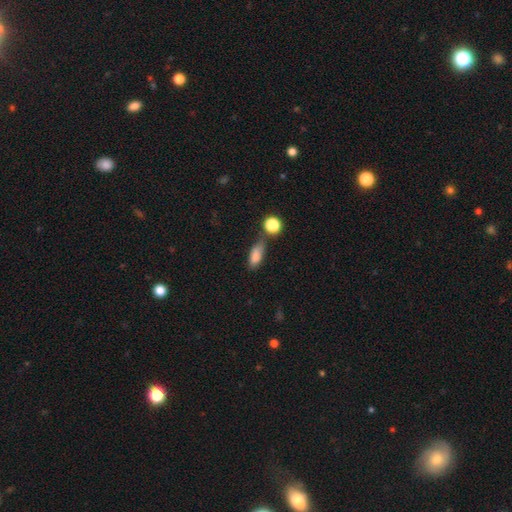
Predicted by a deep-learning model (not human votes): smooth 82%, star or artifact 10%, featured or disk 8%. Down the decision tree: how rounded — in between (76%); merging — none (50%).